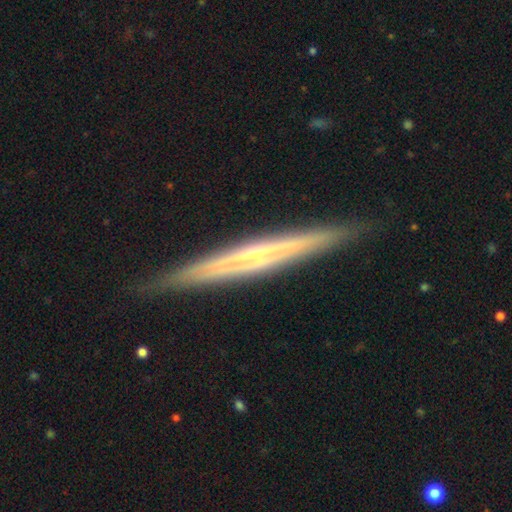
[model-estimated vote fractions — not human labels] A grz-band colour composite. It shows a featured or disk galaxy (74%) viewed edge-on (96%) with a rounded central bulge (54%). Merging: none (90%).